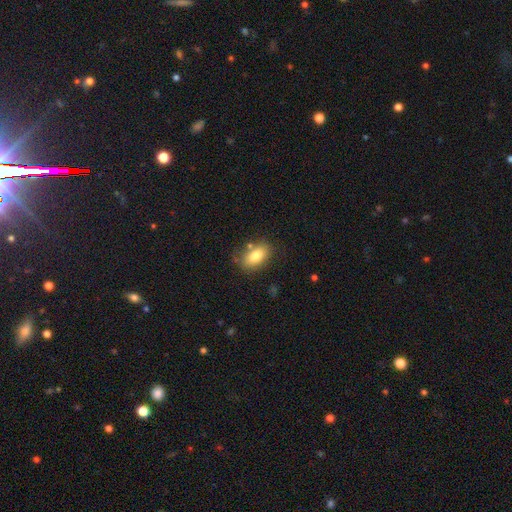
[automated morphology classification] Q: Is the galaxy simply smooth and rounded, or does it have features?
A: smooth — 80%.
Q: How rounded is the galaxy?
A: in between — 89%.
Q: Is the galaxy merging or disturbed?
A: none — 72%.